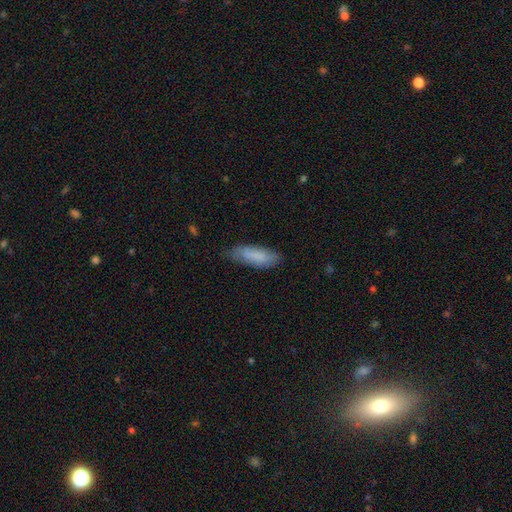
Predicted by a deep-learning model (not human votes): The model was most divided on "how rounded": in between: 58%, cigar-shaped: 41%, round: 2%. More confident: smooth or featured — smooth (82%); merging — none (70%).